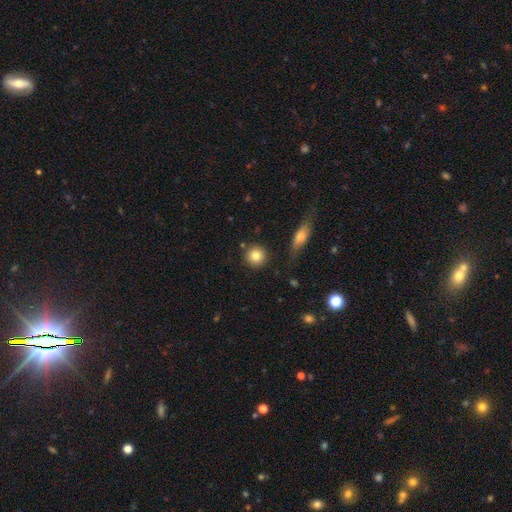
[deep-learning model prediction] This appears to be a smooth galaxy with no disk features (82%) that is round (93%). Merging: none (86%).